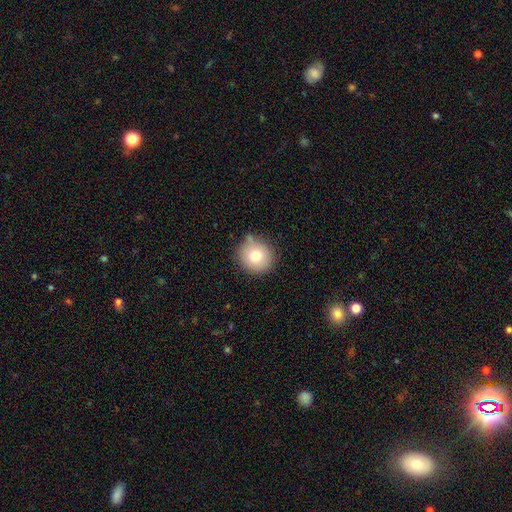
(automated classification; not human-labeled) smooth-or-featured: smooth: 76% | featured or disk: 13% | star or artifact: 11%
  how-rounded: round: 92% | in between: 7% | cigar-shaped: 1%
  merging: none: 79% | minor disturbance: 13% | merger: 4% | major disturbance: 3%